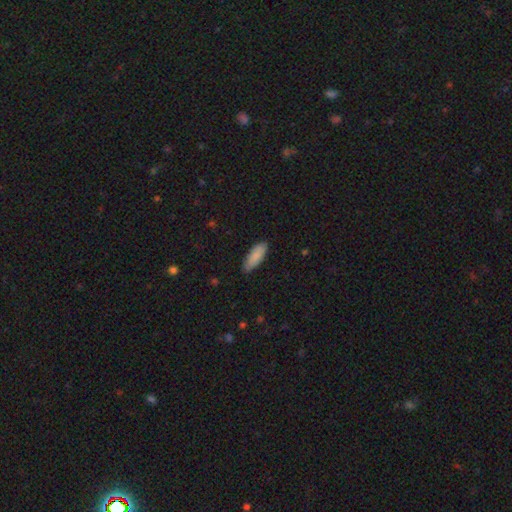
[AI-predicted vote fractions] Morphology: type=smooth (87%); roundness=in between (71%); merging=none (85%).